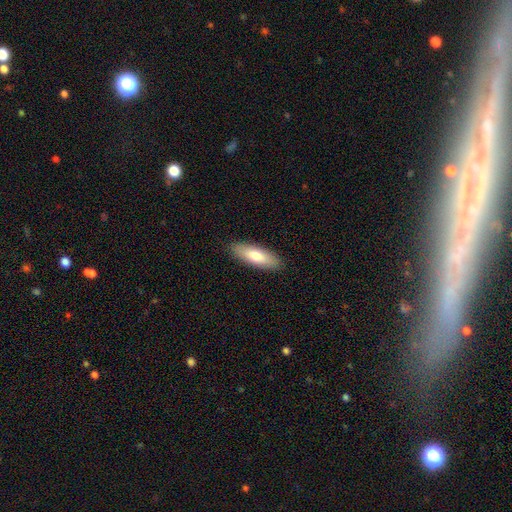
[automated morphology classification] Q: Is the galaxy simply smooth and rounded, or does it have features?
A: smooth — 78%.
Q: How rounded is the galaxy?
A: in between — 57%.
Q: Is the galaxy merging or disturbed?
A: none — 89%.